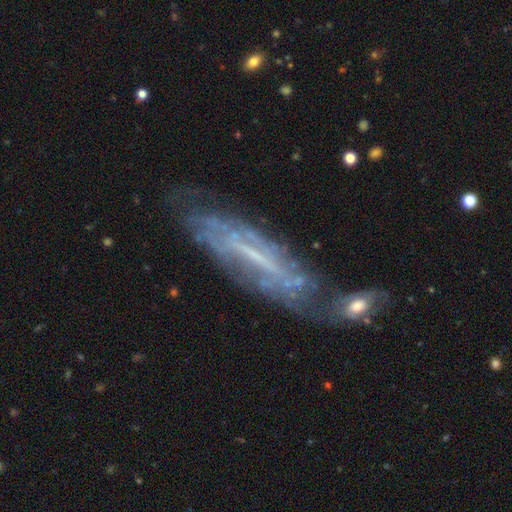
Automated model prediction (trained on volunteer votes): Q: Smooth or featured?
A: featured or disk (73%); runner-up: smooth (18%)
Q: Edge-on disk?
A: no (65%); runner-up: yes (35%)
Q: Merging?
A: none (56%); runner-up: minor disturbance (19%)